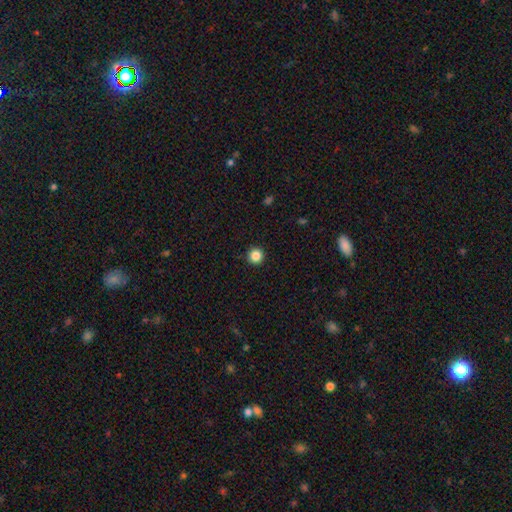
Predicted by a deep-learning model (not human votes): Morphology: type=smooth (86%); roundness=round (96%); merging=none (93%).